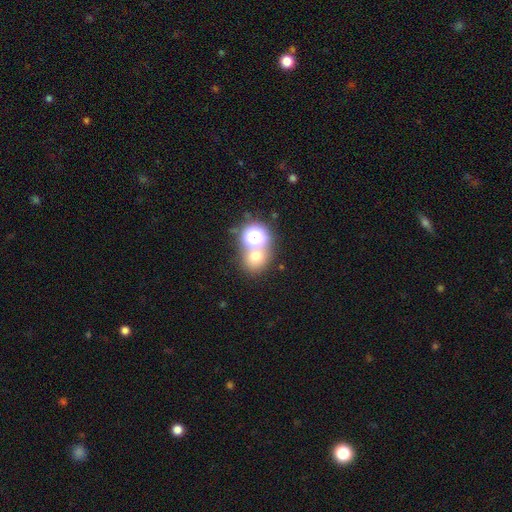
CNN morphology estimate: Q: Smooth or featured?
A: smooth (62%); runner-up: star or artifact (26%)
Q: How rounded?
A: round (78%); runner-up: in between (21%)
Q: Merging?
A: none (57%); runner-up: merger (30%)